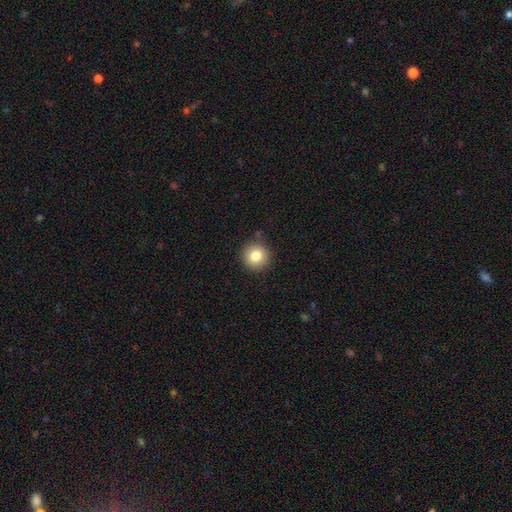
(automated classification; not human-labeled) Morphology: type=smooth (82%); roundness=round (94%); merging=none (89%).